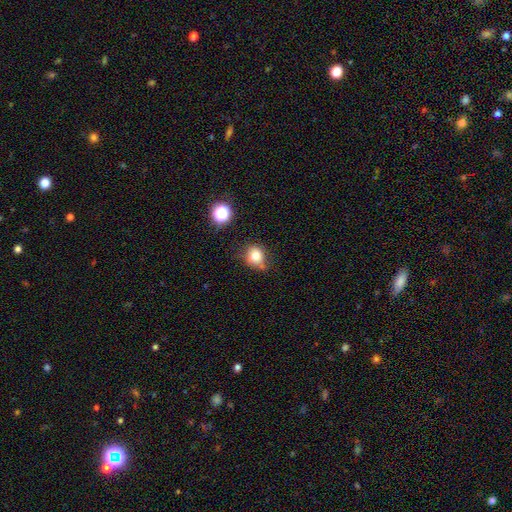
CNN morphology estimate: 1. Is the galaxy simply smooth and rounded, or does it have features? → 77% smooth, 14% star or artifact, 9% featured or disk.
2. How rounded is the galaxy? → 76% round, 23% in between, 1% cigar-shaped.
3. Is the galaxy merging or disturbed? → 64% none, 25% minor disturbance, 6% merger, 6% major disturbance.